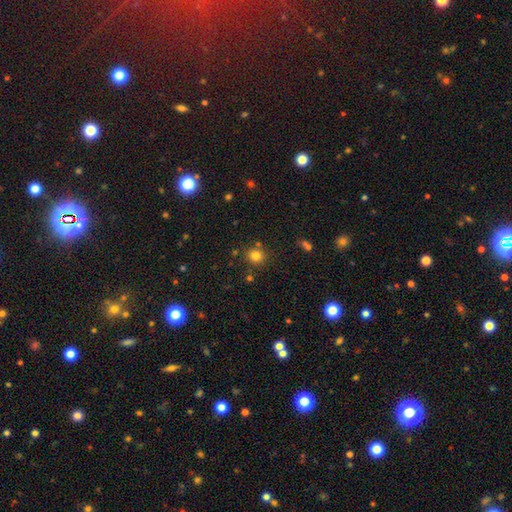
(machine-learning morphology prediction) The model was most divided on "smooth or featured": smooth: 79%, star or artifact: 15%, featured or disk: 6%. More confident: how rounded — round (87%); merging — none (82%).